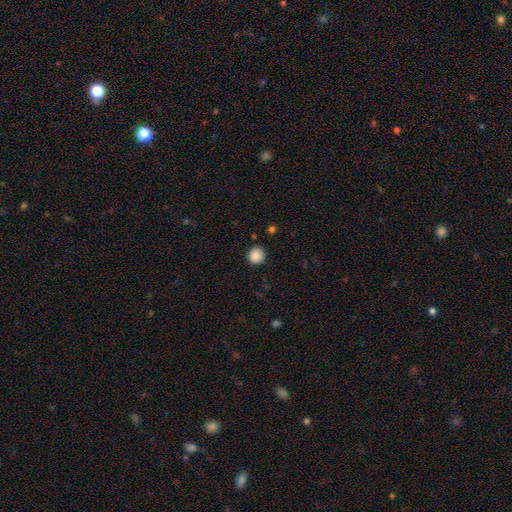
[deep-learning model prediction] Smooth or featured? Predicted: smooth (p=0.88). How rounded? Predicted: round (p=0.90). Merging? Predicted: none (p=0.88).